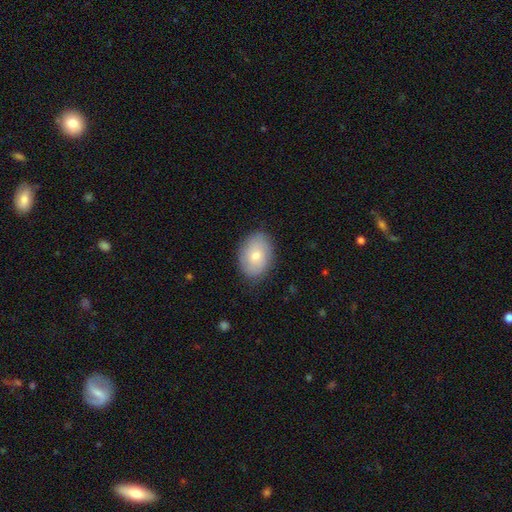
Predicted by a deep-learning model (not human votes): Smooth or featured? smooth (65%)
How rounded? in between (75%)
Merging? none (82%)